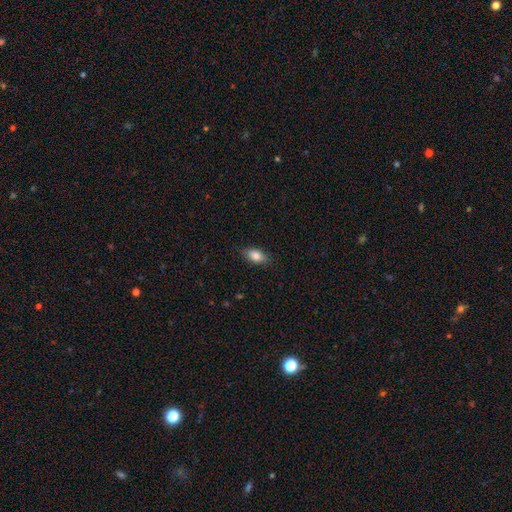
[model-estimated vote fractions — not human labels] Smooth or featured? Predicted: smooth (p=0.85). How rounded? Predicted: in between (p=0.88). Merging? Predicted: none (p=0.84).